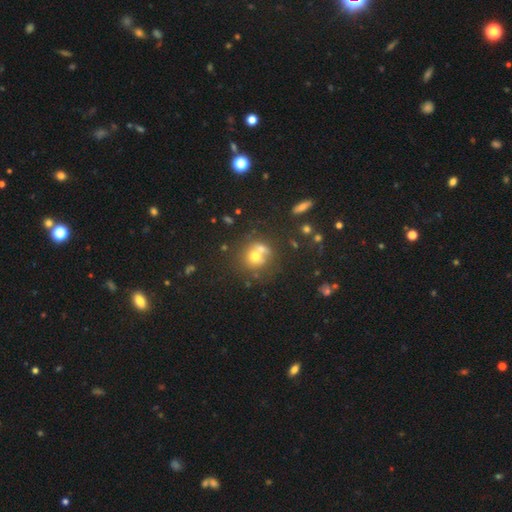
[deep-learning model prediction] Overall: smooth (59%; featured or disk 23%). How rounded: round (81%). Merging: merger (46%; none 41%).